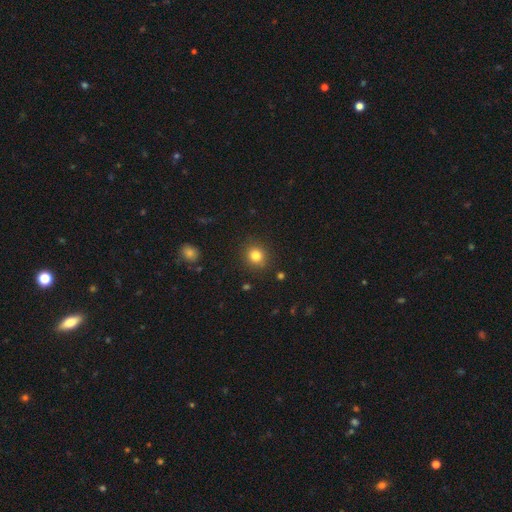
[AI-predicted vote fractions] Q: Smooth or featured?
A: smooth (82%); runner-up: star or artifact (12%)
Q: How rounded?
A: round (86%); runner-up: in between (13%)
Q: Merging?
A: none (89%); runner-up: minor disturbance (7%)